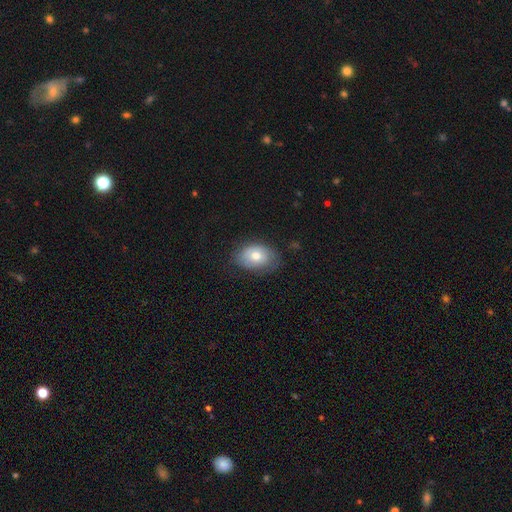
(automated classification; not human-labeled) A smooth galaxy with no disk features (69%) that is in between round and cigar-shaped (77%).

Vote fractions:
- Smooth or featured? smooth: 69% / featured or disk: 23% / star or artifact: 8%
- How rounded? in between: 77% / round: 22% / cigar-shaped: 1%
- Merging? none: 69% / minor disturbance: 24% / major disturbance: 6% / merger: 1%